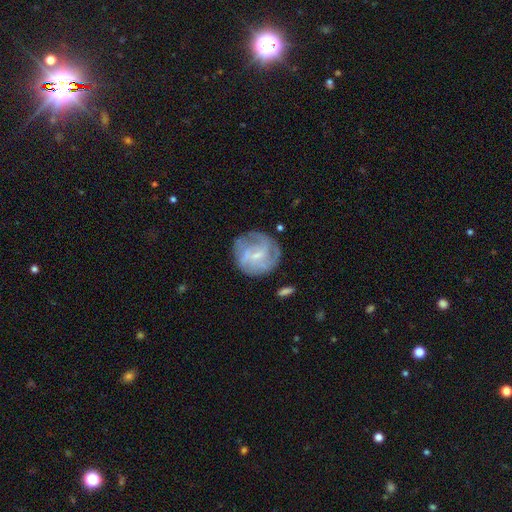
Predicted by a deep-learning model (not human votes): Smooth or featured?
  - featured or disk: 70% *
  - smooth: 23%
  - star or artifact: 7%
Edge-on disk?
  - no: 97% *
  - yes: 3%
Bar?
  - weak: 52% *
  - no: 34%
  - strong: 14%
Spiral arms?
  - yes: 82% *
  - no: 18%
Spiral winding?
  - tight: 45% *
  - medium: 37%
  - loose: 18%
Spiral arm count?
  - can't tell: 43% *
  - 3: 19%
  - 2: 18%
  - 4: 10%
  - 1: 5%
  - more than 4: 5%
Bulge size?
  - small: 65% *
  - moderate: 21%
  - none: 12%
  - large: 1%
  - dominant: 1%
Merging?
  - none: 70% *
  - minor disturbance: 18%
  - major disturbance: 10%
  - merger: 2%